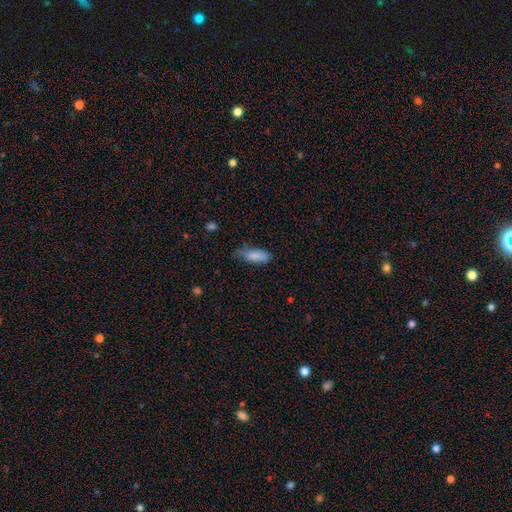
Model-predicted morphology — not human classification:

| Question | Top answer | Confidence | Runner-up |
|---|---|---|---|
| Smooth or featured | smooth | 85% | featured or disk (8%) |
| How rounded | in between | 70% | cigar-shaped (28%) |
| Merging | none | 50% | minor disturbance (38%) |